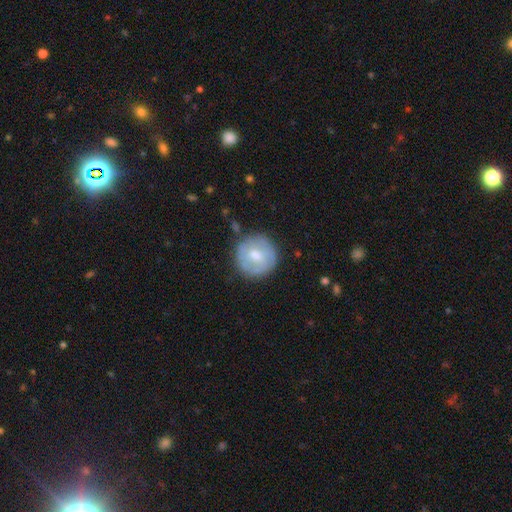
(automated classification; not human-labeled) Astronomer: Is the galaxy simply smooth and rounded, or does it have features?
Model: smooth — 54% (runner-up: featured or disk, 39%).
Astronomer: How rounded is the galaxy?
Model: round — 93%.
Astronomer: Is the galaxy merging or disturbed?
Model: none — 79%.